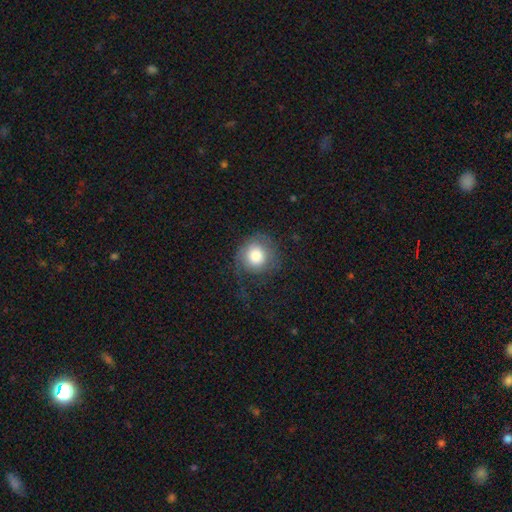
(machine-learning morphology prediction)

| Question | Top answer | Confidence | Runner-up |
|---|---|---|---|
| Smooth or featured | smooth | 75% | featured or disk (17%) |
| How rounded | round | 90% | in between (9%) |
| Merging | none | 58% | major disturbance (21%) |